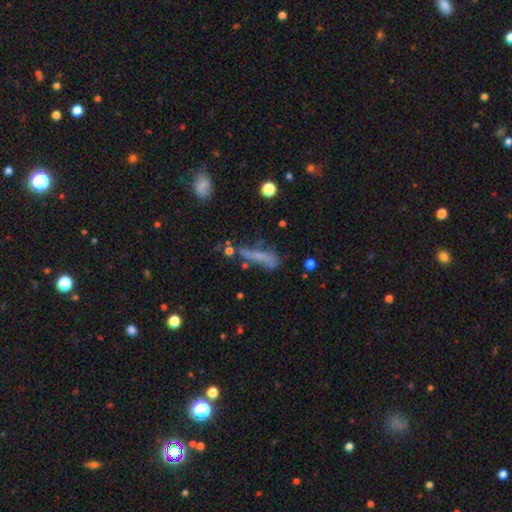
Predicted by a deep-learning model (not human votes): smooth 45%, featured or disk 36%, star or artifact 19%. Down the decision tree: merging — none (44%).